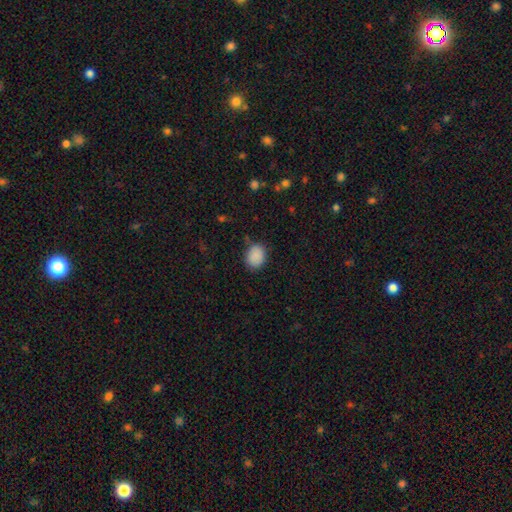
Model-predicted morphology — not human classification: A smooth galaxy with no disk features (89%) that is in between round and cigar-shaped (58%).

Vote fractions:
- Smooth or featured? smooth: 89% / star or artifact: 8% / featured or disk: 3%
- How rounded? in between: 58% / round: 42% / cigar-shaped: 1%
- Merging? none: 80% / minor disturbance: 15% / major disturbance: 4% / merger: 2%